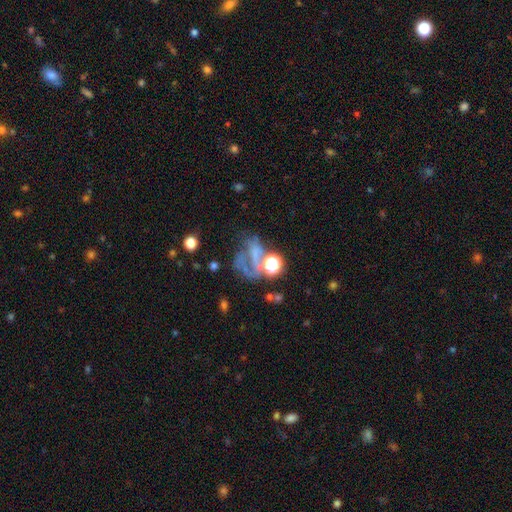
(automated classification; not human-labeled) A featured or disk galaxy (36%).

Vote fractions:
- Smooth or featured? featured or disk: 36% / star or artifact: 34% / smooth: 29%
- Merging? major disturbance: 39% / none: 28% / merger: 19% / minor disturbance: 14%